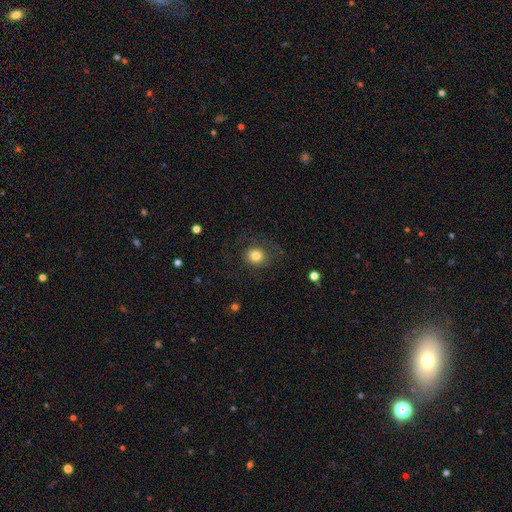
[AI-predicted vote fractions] smooth 79%, featured or disk 11%, star or artifact 11%. Down the decision tree: how rounded — round (81%); merging — none (74%).